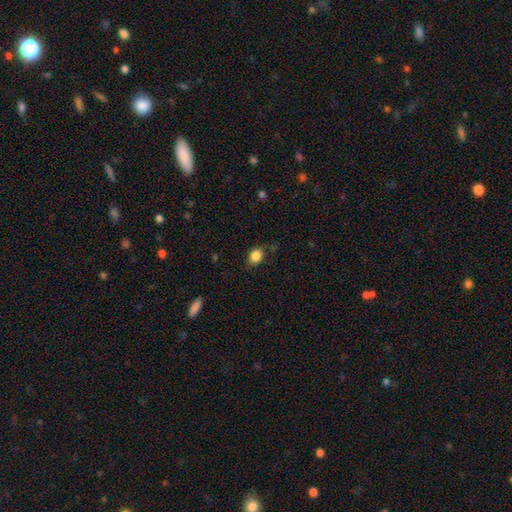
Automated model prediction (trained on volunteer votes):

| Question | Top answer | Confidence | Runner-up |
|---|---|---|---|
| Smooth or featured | smooth | 85% | star or artifact (10%) |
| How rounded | round | 52% | in between (47%) |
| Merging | none | 77% | minor disturbance (17%) |